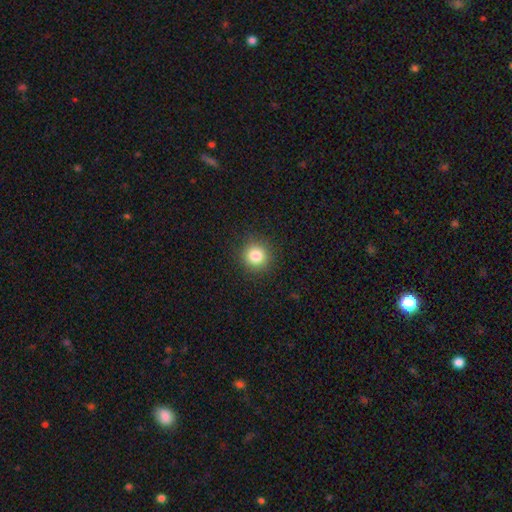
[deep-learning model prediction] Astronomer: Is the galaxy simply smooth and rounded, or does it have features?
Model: smooth — 83%.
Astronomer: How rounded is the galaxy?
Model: round — 93%.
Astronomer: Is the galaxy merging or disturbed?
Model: none — 90%.